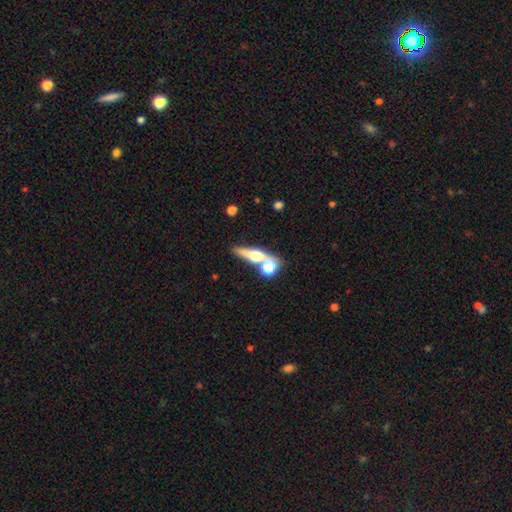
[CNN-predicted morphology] smooth_or_featured: featured or disk (p=0.49) [alt: smooth p=0.40]
merging: none (p=0.60) [alt: merger p=0.24]